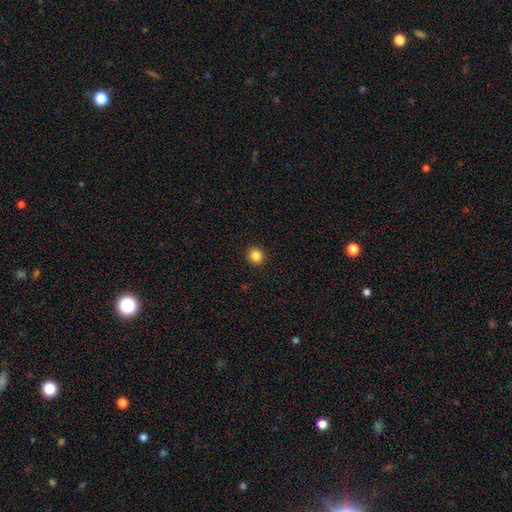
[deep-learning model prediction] Smooth or featured: smooth — 85% (star or artifact — 11%)
How rounded: round — 91% (in between — 8%)
Merging: none — 93% (minor disturbance — 5%)